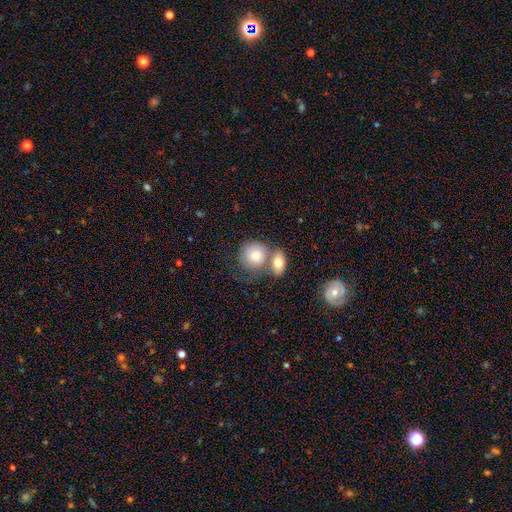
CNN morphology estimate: Q: Smooth or featured?
A: smooth (73%); runner-up: featured or disk (20%)
Q: How rounded?
A: round (76%); runner-up: in between (23%)
Q: Merging?
A: merger (53%); runner-up: none (31%)